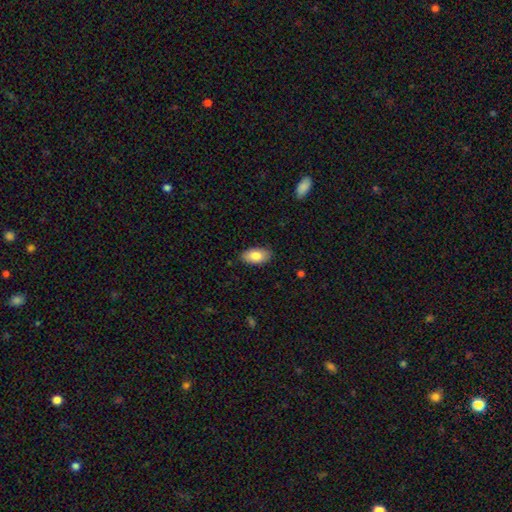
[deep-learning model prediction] smooth 83%, featured or disk 11%, star or artifact 6%. Down the decision tree: how rounded — in between (94%); merging — none (86%).